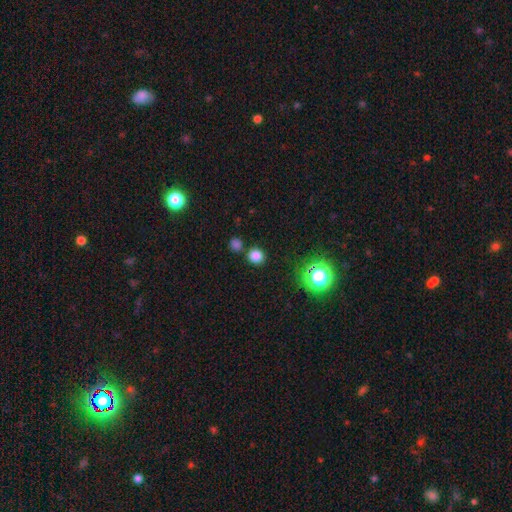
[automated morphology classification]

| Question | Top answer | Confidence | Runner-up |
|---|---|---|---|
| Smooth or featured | smooth | 80% | star or artifact (16%) |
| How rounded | round | 86% | in between (13%) |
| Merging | none | 80% | merger (10%) |